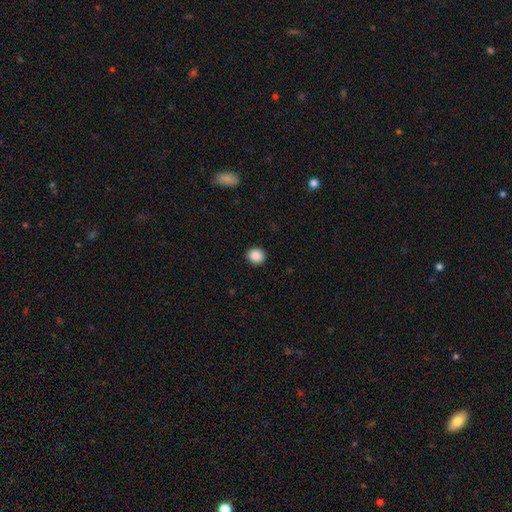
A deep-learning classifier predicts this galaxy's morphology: smooth 89%, star or artifact 9%, featured or disk 2%. Down the decision tree: how rounded — round (81%); merging — none (92%).